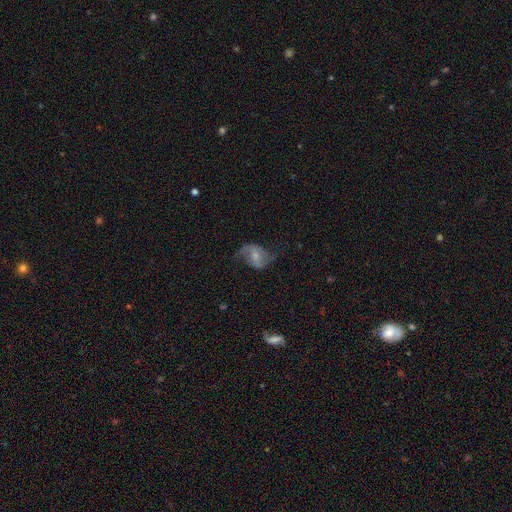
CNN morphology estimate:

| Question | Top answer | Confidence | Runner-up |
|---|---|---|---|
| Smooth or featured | featured or disk | 70% | smooth (22%) |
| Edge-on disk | no | 97% | yes (3%) |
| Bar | weak | 43% | no (39%) |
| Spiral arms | yes | 90% | no (10%) |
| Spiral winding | loose | 63% | medium (30%) |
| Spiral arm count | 2 | 89% | can't tell (4%) |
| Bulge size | small | 51% | moderate (37%) |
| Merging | none | 63% | minor disturbance (21%) |